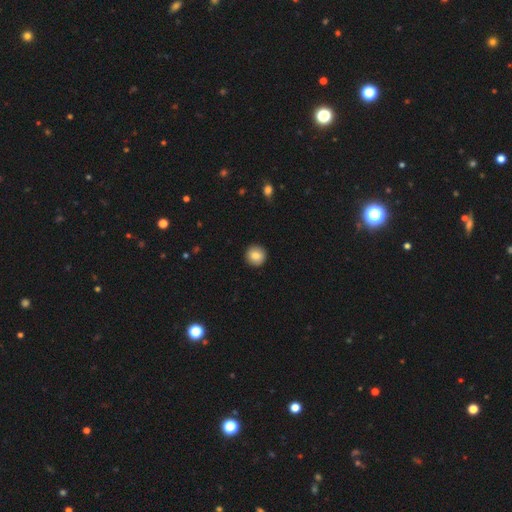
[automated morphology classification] type=smooth (86%); roundness=round (94%); merging=none (92%).